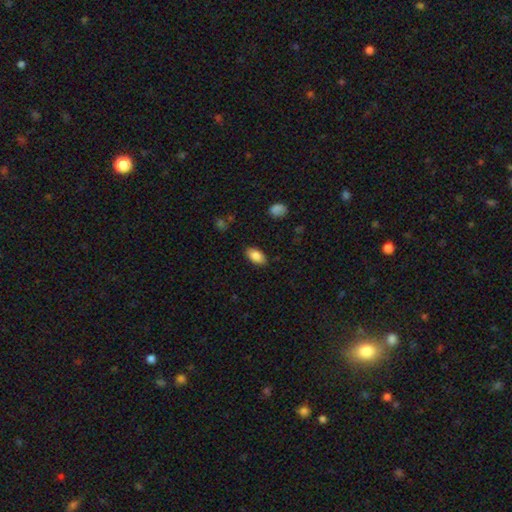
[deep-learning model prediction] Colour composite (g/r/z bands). It shows a smooth galaxy with no disk features (86%) that is in between round and cigar-shaped (92%). Merging: none (86%).